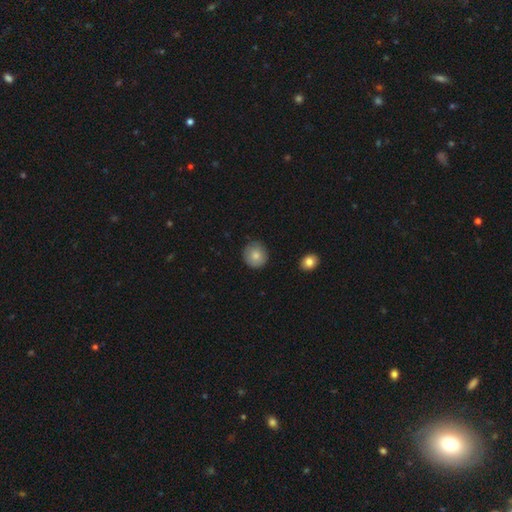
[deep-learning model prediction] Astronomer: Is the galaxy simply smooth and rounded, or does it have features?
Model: smooth — 81%.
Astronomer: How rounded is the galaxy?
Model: round — 89%.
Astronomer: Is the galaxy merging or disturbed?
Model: none — 84%.